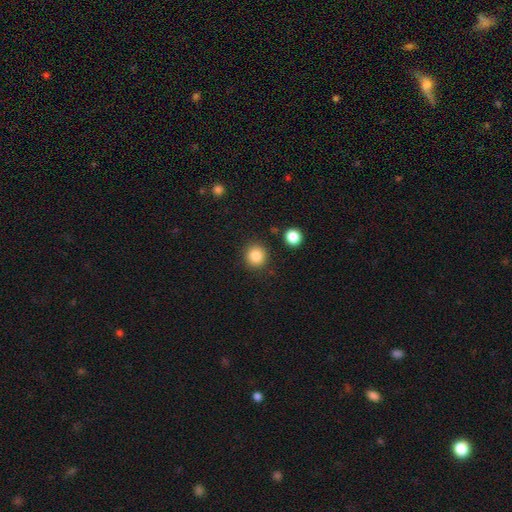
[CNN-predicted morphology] Smooth or featured? smooth (85%)
How rounded? round (91%)
Merging? none (88%)